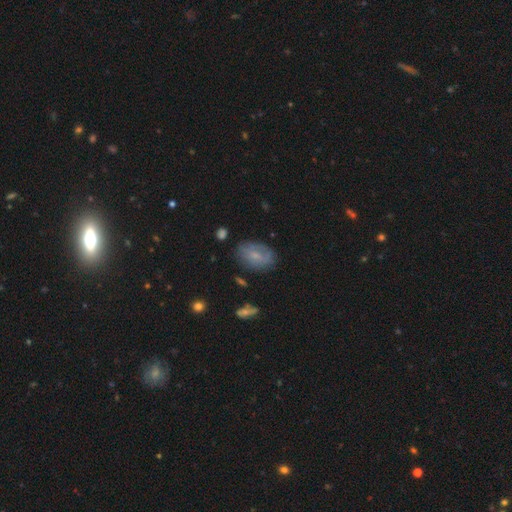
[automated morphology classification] Smooth or featured? smooth (59%)
How rounded? in between (84%)
Merging? none (69%)